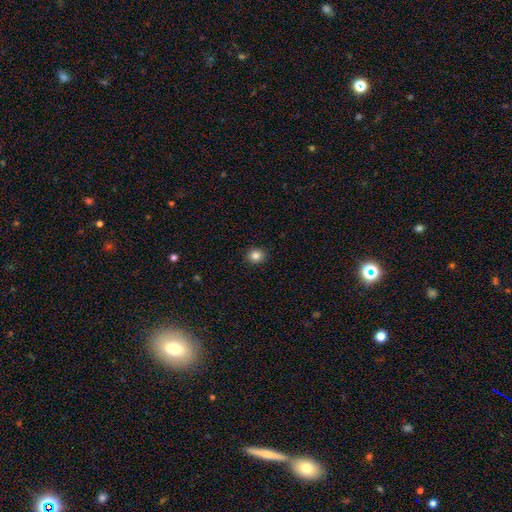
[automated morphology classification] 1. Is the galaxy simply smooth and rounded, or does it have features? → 84% smooth, 11% star or artifact, 5% featured or disk.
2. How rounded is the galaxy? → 75% round, 24% in between, 1% cigar-shaped.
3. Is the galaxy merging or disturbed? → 91% none, 6% minor disturbance, 2% major disturbance, 1% merger.